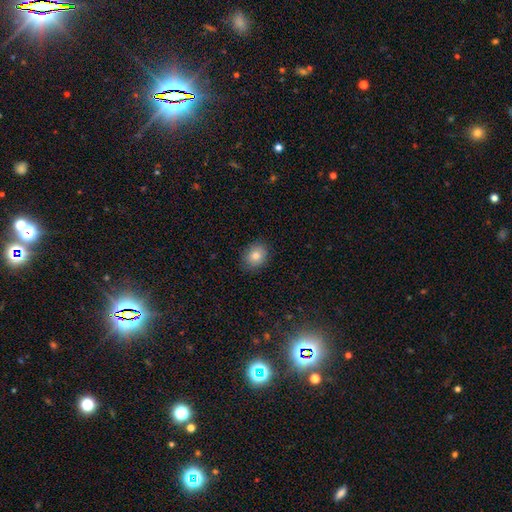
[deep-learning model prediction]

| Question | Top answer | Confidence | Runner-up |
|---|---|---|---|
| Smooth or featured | smooth | 81% | star or artifact (10%) |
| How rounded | round | 61% | in between (38%) |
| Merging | none | 86% | minor disturbance (11%) |